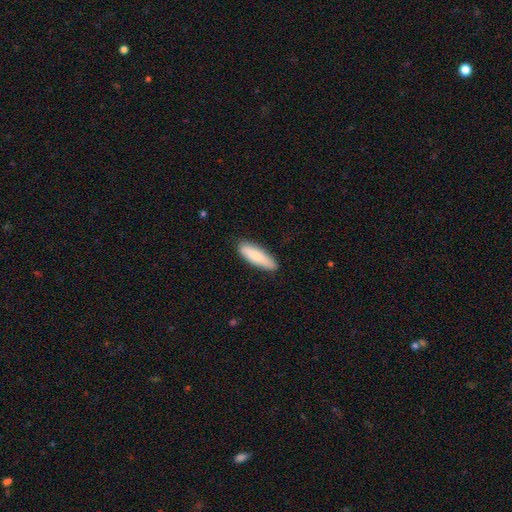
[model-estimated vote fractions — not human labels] Q: Smooth or featured?
A: smooth (80%); runner-up: featured or disk (14%)
Q: How rounded?
A: cigar-shaped (60%); runner-up: in between (39%)
Q: Merging?
A: none (87%); runner-up: minor disturbance (10%)